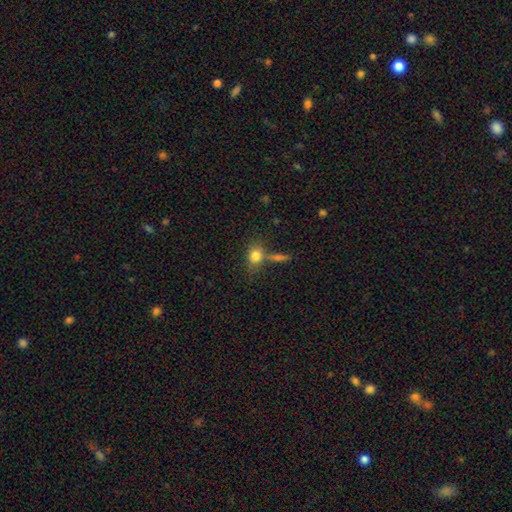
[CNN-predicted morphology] This is clearly a smooth galaxy (81%). How rounded: possibly in between (51%). Merging: possibly none (56%).